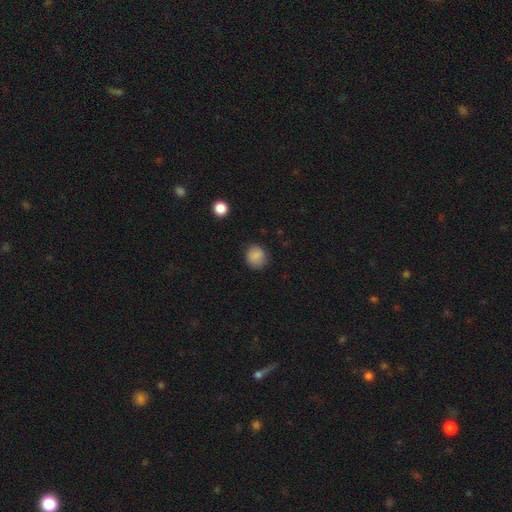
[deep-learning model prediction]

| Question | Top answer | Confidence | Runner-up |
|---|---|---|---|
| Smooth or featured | smooth | 86% | star or artifact (9%) |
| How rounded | round | 83% | in between (16%) |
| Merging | none | 80% | minor disturbance (15%) |